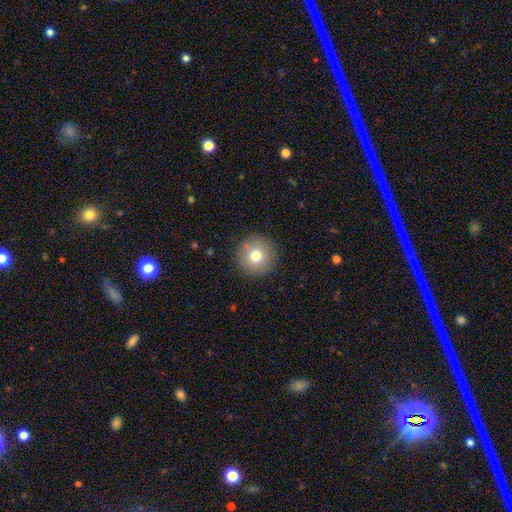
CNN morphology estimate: smooth-or-featured: smooth: 76% | featured or disk: 13% | star or artifact: 11%
  how-rounded: round: 96% | in between: 3% | cigar-shaped: 1%
  merging: none: 90% | minor disturbance: 6% | major disturbance: 2% | merger: 1%